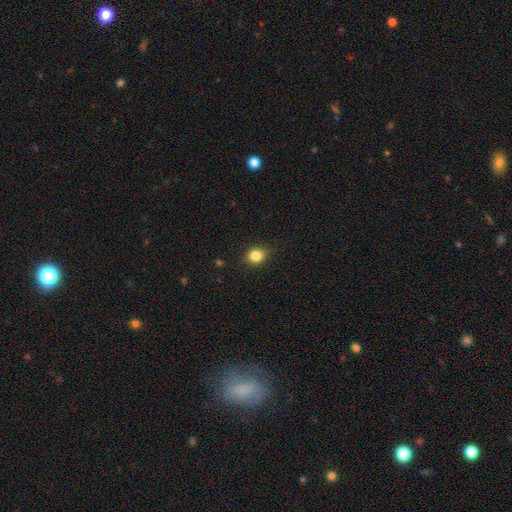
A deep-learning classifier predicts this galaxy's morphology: Overall: smooth (84%). How rounded: round (65%; in between 34%). Merging: none (86%).